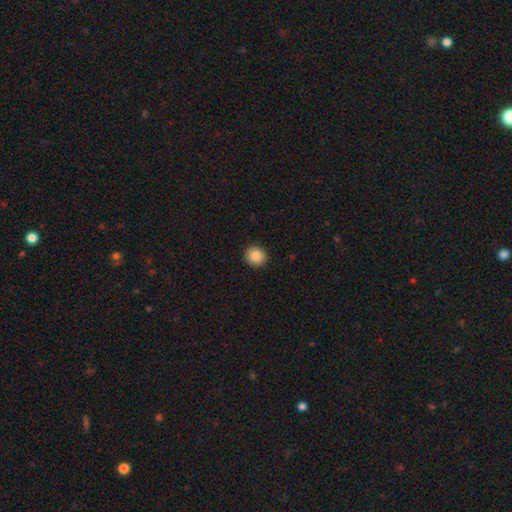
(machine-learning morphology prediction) A smooth galaxy with no disk features (86%) that is round (84%). Merging: none (92%).